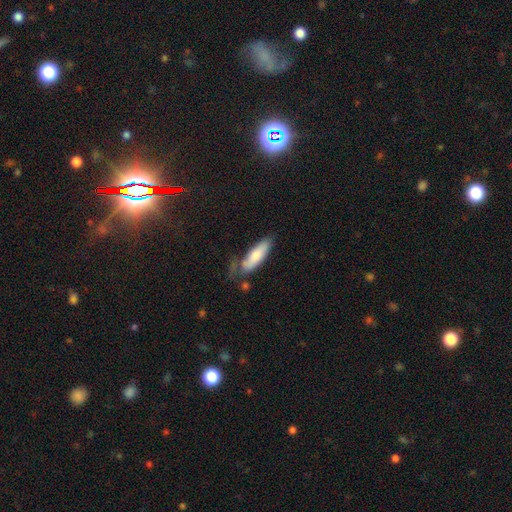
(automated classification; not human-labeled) Overall: smooth (77%). How rounded: in between (50%; cigar-shaped 48%). Merging: none (50%; minor disturbance 29%).